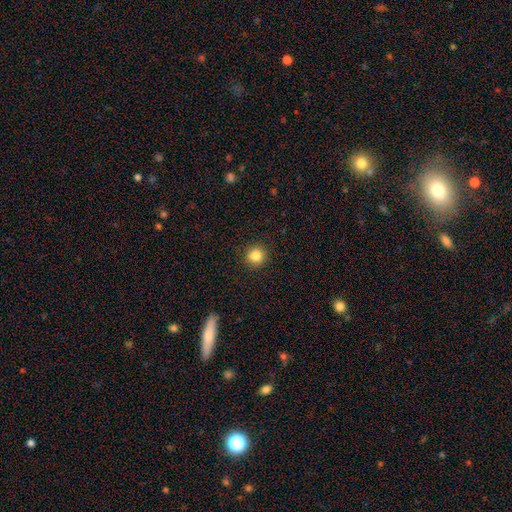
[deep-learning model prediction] smooth-or-featured: smooth: 84% | star or artifact: 11% | featured or disk: 5%
  how-rounded: round: 92% | in between: 7% | cigar-shaped: 1%
  merging: none: 92% | minor disturbance: 5% | major disturbance: 2% | merger: 1%